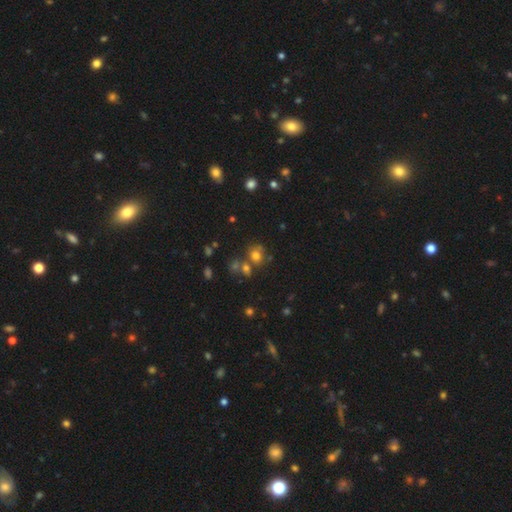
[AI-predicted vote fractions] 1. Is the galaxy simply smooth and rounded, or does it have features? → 70% smooth, 19% star or artifact, 11% featured or disk.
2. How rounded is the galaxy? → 72% round, 27% in between, 1% cigar-shaped.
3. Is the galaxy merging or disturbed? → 56% none, 25% merger, 13% minor disturbance, 6% major disturbance.